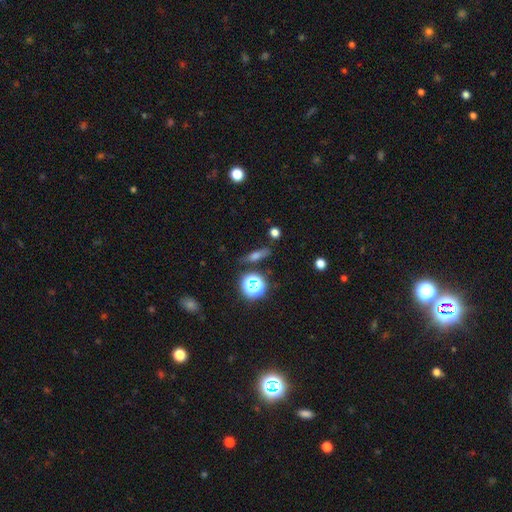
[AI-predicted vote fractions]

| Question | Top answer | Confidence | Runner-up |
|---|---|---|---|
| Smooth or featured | smooth | 52% | featured or disk (26%) |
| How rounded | cigar-shaped | 53% | in between (30%) |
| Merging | none | 78% | minor disturbance (13%) |